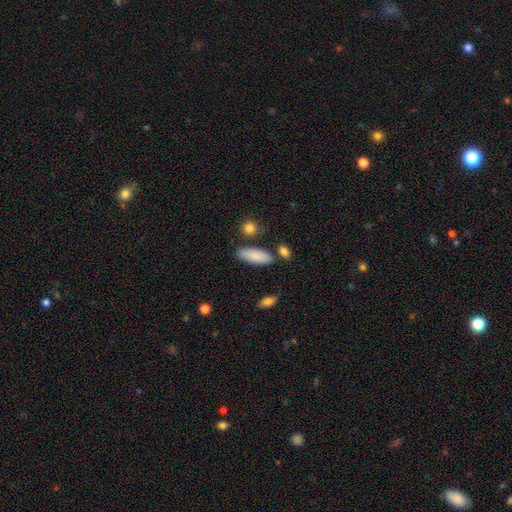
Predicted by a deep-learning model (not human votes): Morphology: type=smooth (85%); roundness=in between (70%); merging=none (77%).